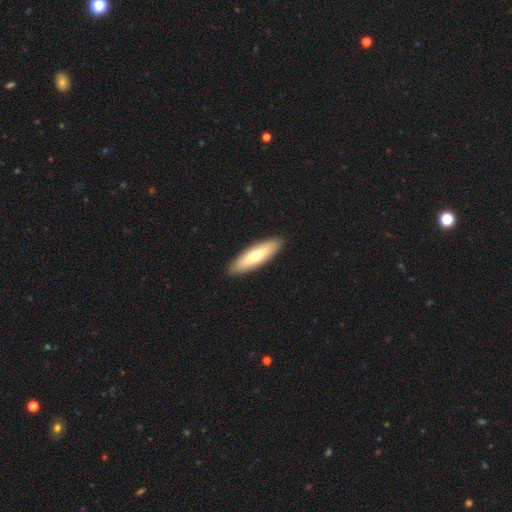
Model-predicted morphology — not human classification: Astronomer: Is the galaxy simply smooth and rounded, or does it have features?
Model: smooth — 66%.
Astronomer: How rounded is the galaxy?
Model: cigar-shaped — 57% (runner-up: in between, 41%).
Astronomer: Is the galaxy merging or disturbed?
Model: none — 91%.